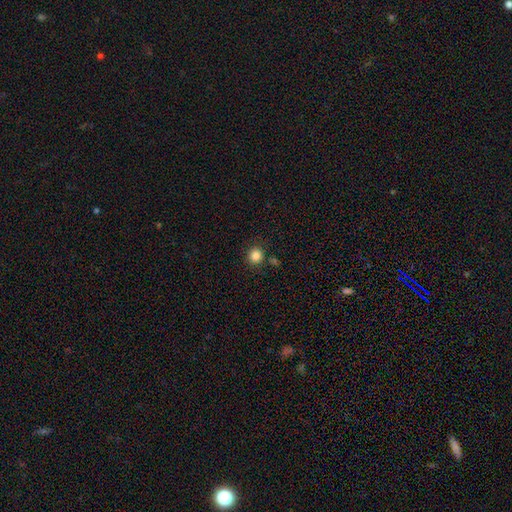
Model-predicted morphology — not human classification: Smooth or featured: smooth — 84% (star or artifact — 12%)
How rounded: round — 91% (in between — 8%)
Merging: none — 85% (minor disturbance — 8%)